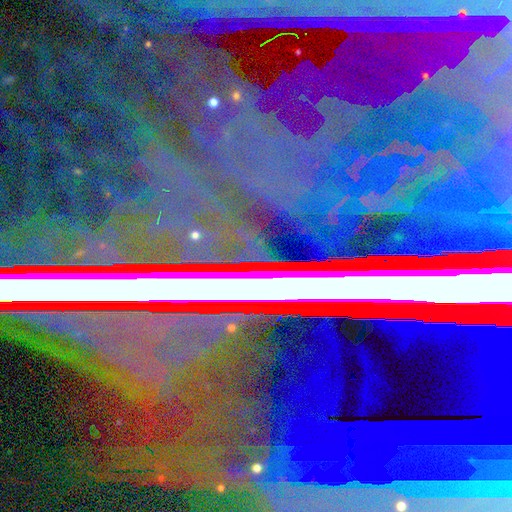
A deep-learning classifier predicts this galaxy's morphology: star or artifact 76%, featured or disk 17%, smooth 7%.